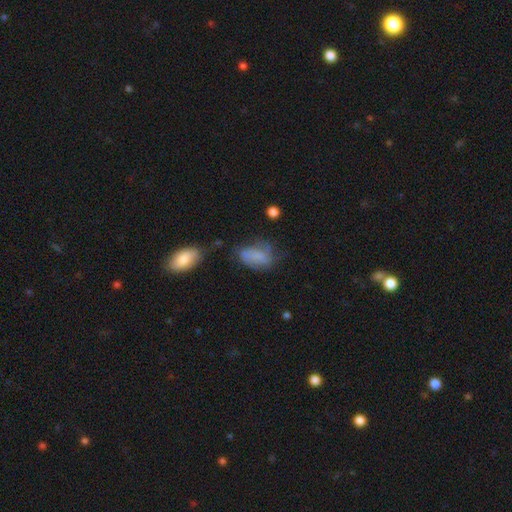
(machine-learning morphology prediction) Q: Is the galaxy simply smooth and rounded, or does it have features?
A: smooth — 60%.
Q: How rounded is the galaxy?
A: in between — 86%.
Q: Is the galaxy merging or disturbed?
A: none — 38%.